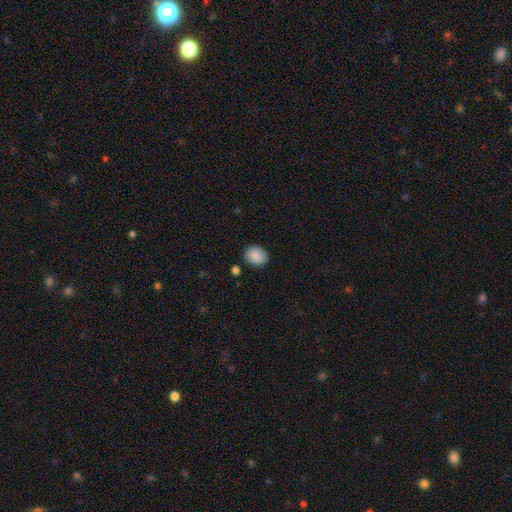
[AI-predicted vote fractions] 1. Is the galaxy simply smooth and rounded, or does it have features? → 88% smooth, 8% star or artifact, 4% featured or disk.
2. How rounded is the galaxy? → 61% round, 38% in between, 1% cigar-shaped.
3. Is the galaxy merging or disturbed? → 84% none, 11% minor disturbance, 3% merger, 3% major disturbance.